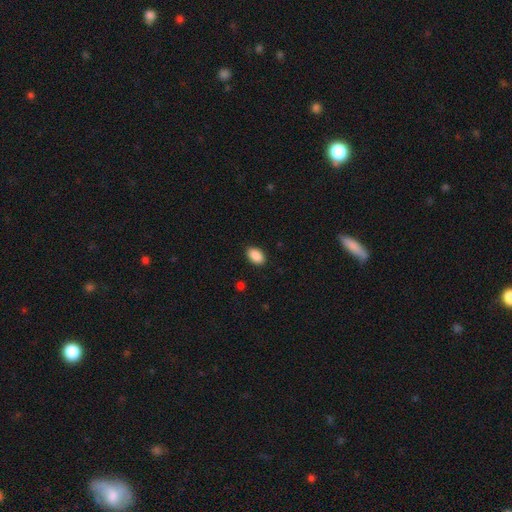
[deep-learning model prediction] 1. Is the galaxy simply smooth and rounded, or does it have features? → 90% smooth, 7% star or artifact, 3% featured or disk.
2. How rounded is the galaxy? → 92% in between, 7% round, 2% cigar-shaped.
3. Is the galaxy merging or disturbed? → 89% none, 8% minor disturbance, 2% major disturbance, 1% merger.